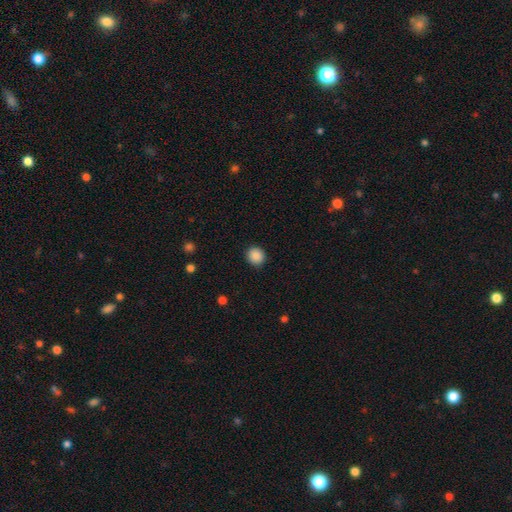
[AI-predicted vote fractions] Smooth or featured: smooth — 88% (star or artifact — 9%)
How rounded: round — 88% (in between — 11%)
Merging: none — 91% (minor disturbance — 6%)